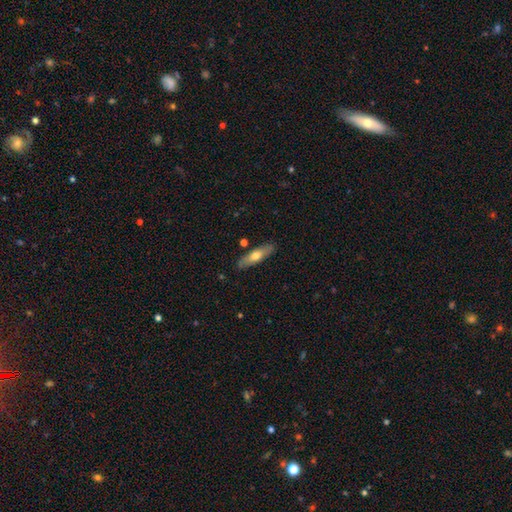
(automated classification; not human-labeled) A smooth galaxy with no disk features (57%) that is cigar-shaped (63%).

Vote fractions:
- Smooth or featured? smooth: 57% / featured or disk: 37% / star or artifact: 6%
- How rounded? cigar-shaped: 63% / in between: 35% / round: 2%
- Merging? none: 85% / minor disturbance: 10% / merger: 2% / major disturbance: 2%